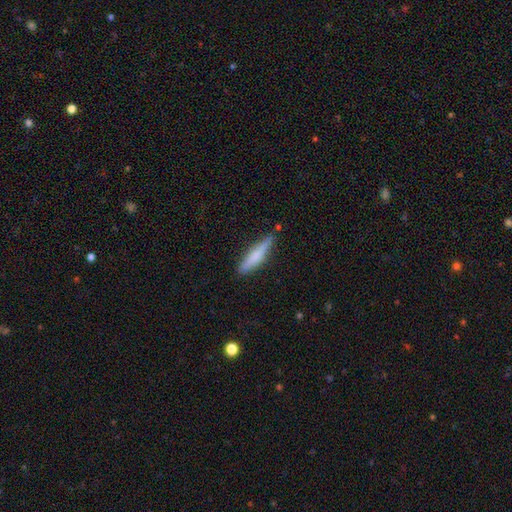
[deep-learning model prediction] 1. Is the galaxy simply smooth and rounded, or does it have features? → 65% smooth, 29% featured or disk, 6% star or artifact.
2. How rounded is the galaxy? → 86% cigar-shaped, 12% in between, 1% round.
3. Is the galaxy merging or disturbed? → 80% none, 15% minor disturbance, 3% major disturbance, 2% merger.